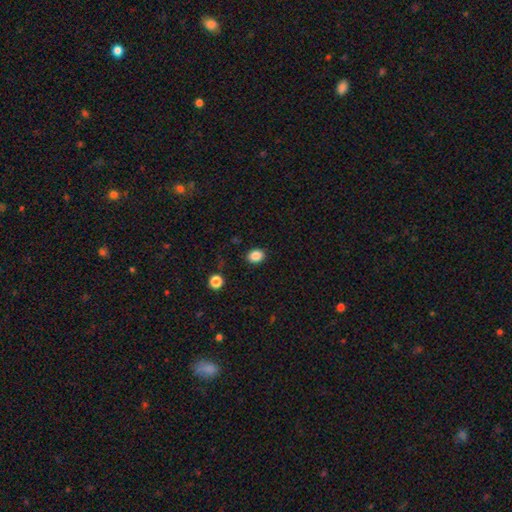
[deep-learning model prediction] smooth 87%, star or artifact 10%, featured or disk 3%. Down the decision tree: how rounded — in between (52%); merging — none (88%).